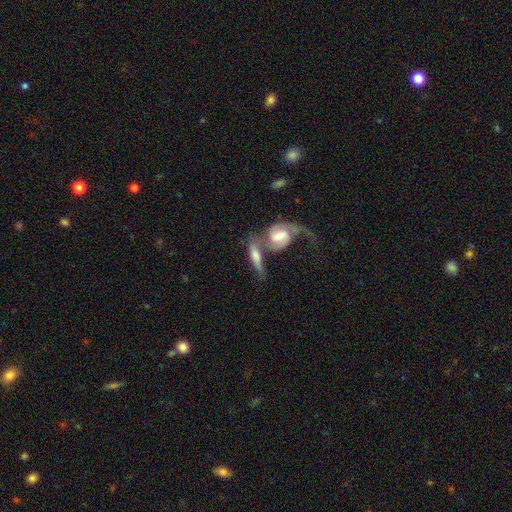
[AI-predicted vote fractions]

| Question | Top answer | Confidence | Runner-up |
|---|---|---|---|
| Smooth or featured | featured or disk | 57% | smooth (37%) |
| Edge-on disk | no | 74% | yes (26%) |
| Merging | merger | 62% | none (20%) |